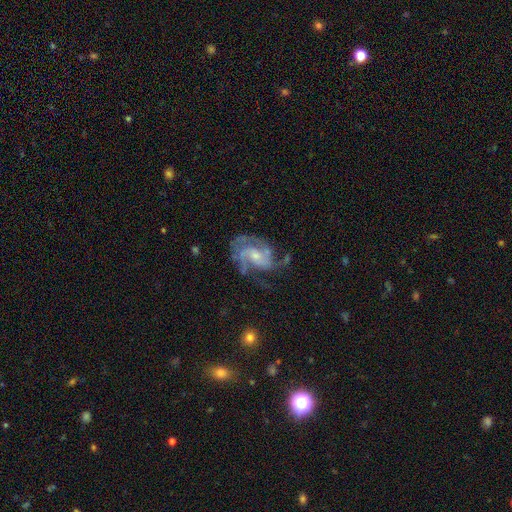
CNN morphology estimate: This appears to be a featured or disk galaxy (86%) with no bar (56%), 2 (34%) medium (49%) spiral arms (95%) and a small central bulge (55%). Merging: none (55%).